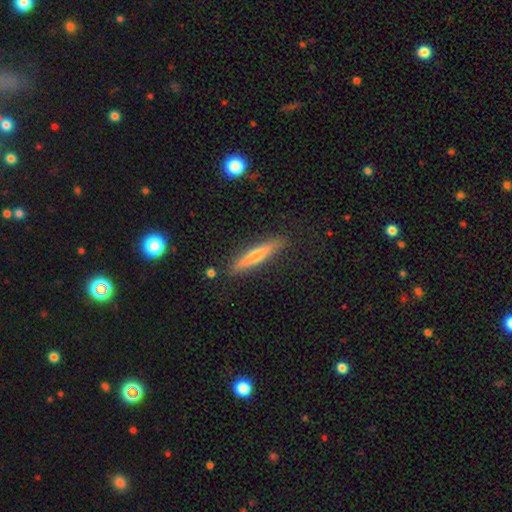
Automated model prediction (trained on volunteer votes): Smooth or featured? smooth (49%)
Merging? none (87%)